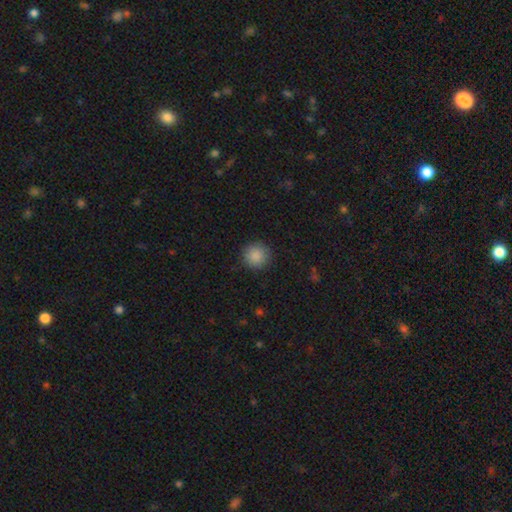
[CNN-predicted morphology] Smooth or featured?
  - smooth: 88% *
  - star or artifact: 8%
  - featured or disk: 3%
How rounded?
  - round: 94% *
  - in between: 5%
  - cigar-shaped: 1%
Merging?
  - none: 89% *
  - minor disturbance: 8%
  - major disturbance: 2%
  - merger: 1%